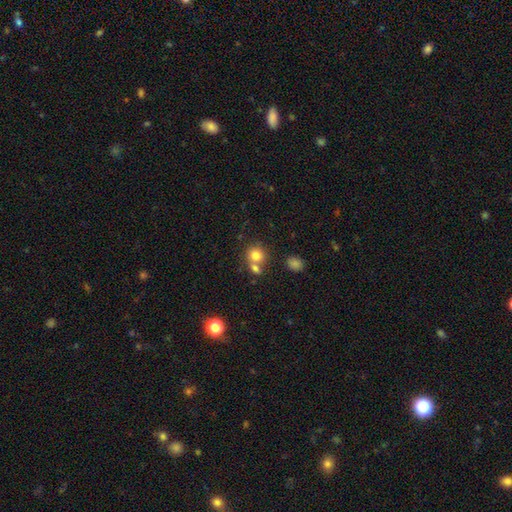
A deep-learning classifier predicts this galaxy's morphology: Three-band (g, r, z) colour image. It shows a smooth galaxy with no disk features (78%) that is round (79%). Merging: none (48%).